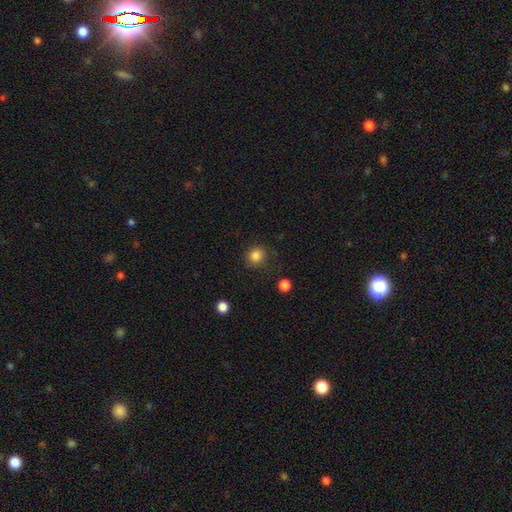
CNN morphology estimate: This is clearly a smooth galaxy (84%). How rounded: clearly round (87%). Merging: clearly none (84%).